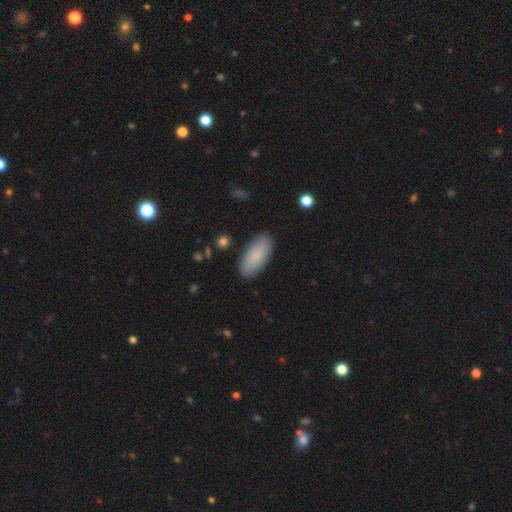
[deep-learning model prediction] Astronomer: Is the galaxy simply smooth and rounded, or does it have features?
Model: smooth — 82%.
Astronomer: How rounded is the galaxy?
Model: in between — 88%.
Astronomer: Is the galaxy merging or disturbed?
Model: none — 87%.